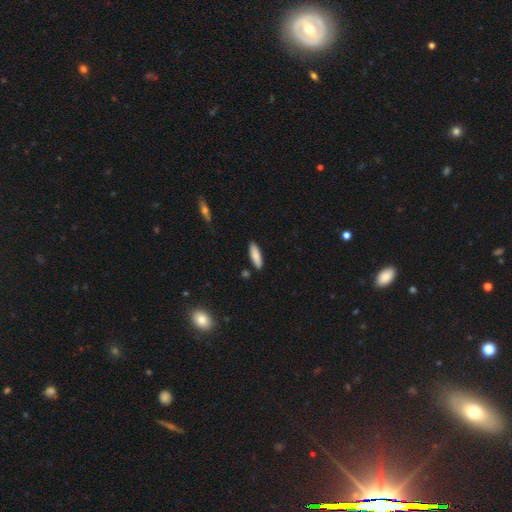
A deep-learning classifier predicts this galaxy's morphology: The model was most divided on "how rounded": cigar-shaped: 52%, in between: 46%, round: 2%. More confident: merging — none (88%); smooth or featured — smooth (86%).